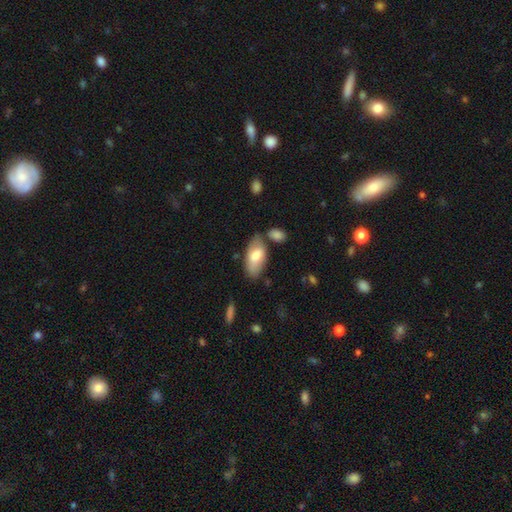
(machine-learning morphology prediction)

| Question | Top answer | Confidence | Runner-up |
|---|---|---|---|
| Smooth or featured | smooth | 71% | featured or disk (24%) |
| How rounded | in between | 92% | cigar-shaped (5%) |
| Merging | none | 64% | minor disturbance (20%) |